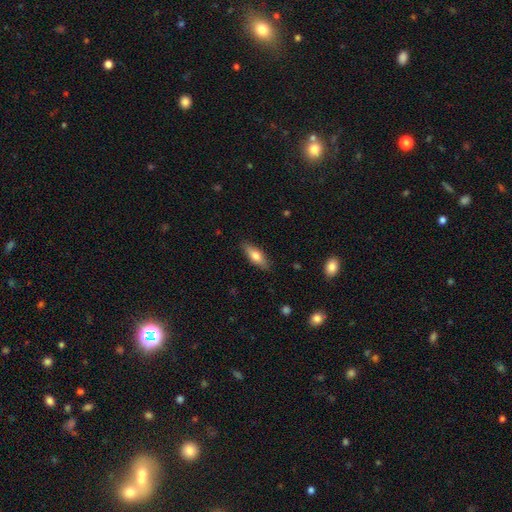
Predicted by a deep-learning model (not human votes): Smooth or featured: smooth — 64% (featured or disk — 30%)
How rounded: in between — 59% (cigar-shaped — 38%)
Merging: none — 86% (minor disturbance — 11%)